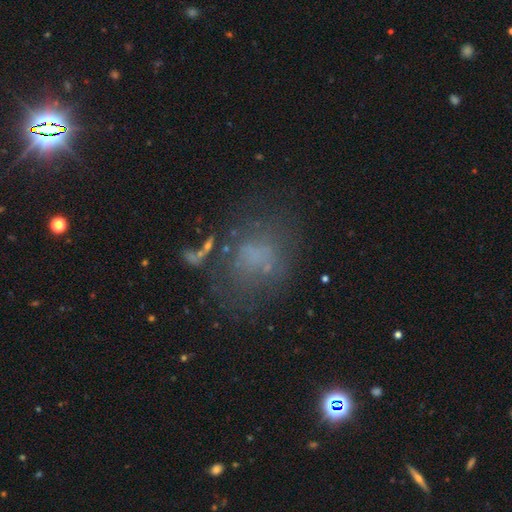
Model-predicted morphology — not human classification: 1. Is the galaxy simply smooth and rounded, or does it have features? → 43% smooth, 34% featured or disk, 23% star or artifact.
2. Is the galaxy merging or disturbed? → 50% none, 24% major disturbance, 20% minor disturbance, 7% merger.